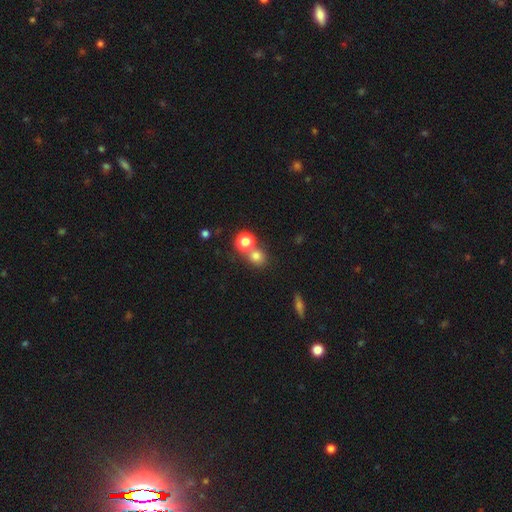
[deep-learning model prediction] Q: Smooth or featured?
A: smooth (75%); runner-up: star or artifact (17%)
Q: How rounded?
A: round (79%); runner-up: in between (20%)
Q: Merging?
A: none (56%); runner-up: merger (33%)